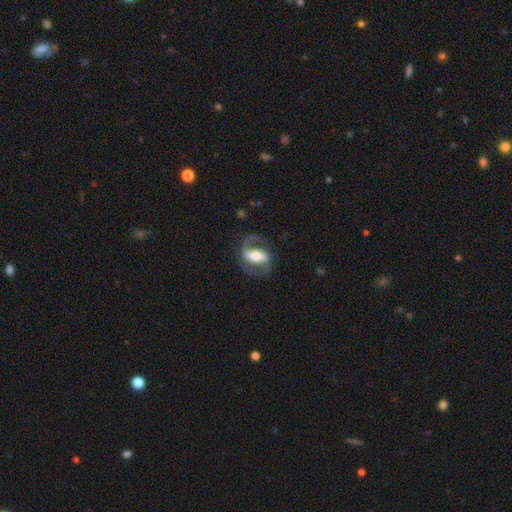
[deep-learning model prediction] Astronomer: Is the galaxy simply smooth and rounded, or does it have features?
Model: featured or disk — 81%.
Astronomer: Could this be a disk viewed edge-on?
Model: no — 95%.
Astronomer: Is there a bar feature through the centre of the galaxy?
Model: strong — 55%.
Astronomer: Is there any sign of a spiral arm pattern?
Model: yes — 91%.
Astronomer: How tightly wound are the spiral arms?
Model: medium — 54%.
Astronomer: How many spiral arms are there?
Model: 2 — 88%.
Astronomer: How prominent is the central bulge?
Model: moderate — 59%.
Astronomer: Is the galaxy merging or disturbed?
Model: none — 75%.